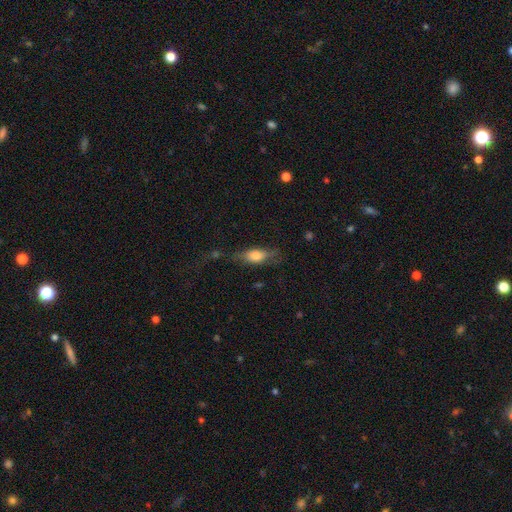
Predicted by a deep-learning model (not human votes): Smooth or featured? smooth (63%)
How rounded? in between (69%)
Merging? none (55%)